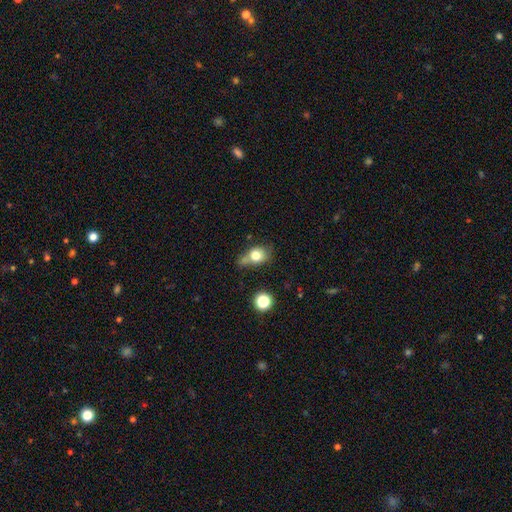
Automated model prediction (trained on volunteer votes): smooth_or_featured: smooth (p=0.75) [alt: featured or disk p=0.14]
how_rounded: round (p=0.51) [alt: in between p=0.47]
merging: none (p=0.41) [alt: minor disturbance p=0.28]